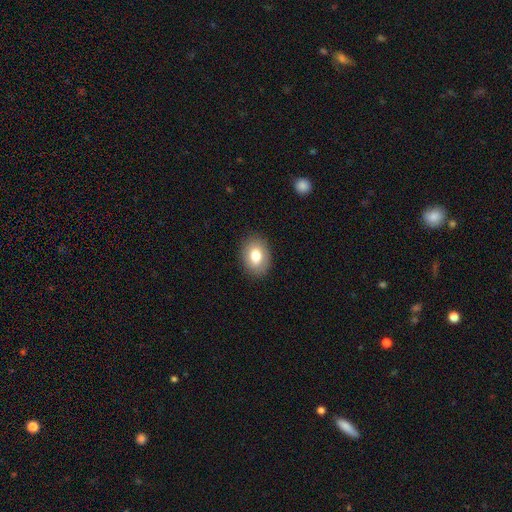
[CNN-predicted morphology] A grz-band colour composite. It shows a smooth galaxy with no disk features (78%) that is in between round and cigar-shaped (72%). Merging: none (88%).